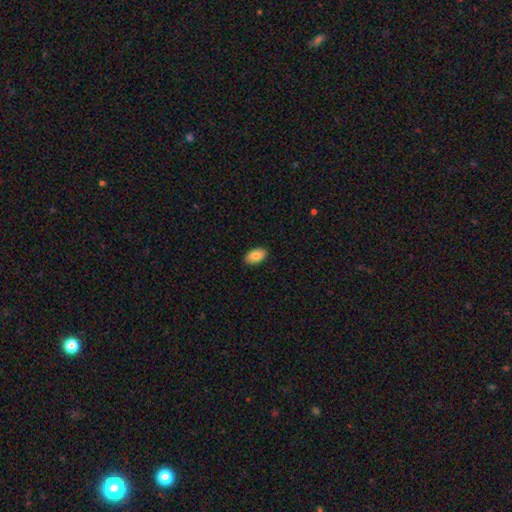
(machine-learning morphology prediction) Smooth or featured? smooth (86%)
How rounded? in between (94%)
Merging? none (89%)